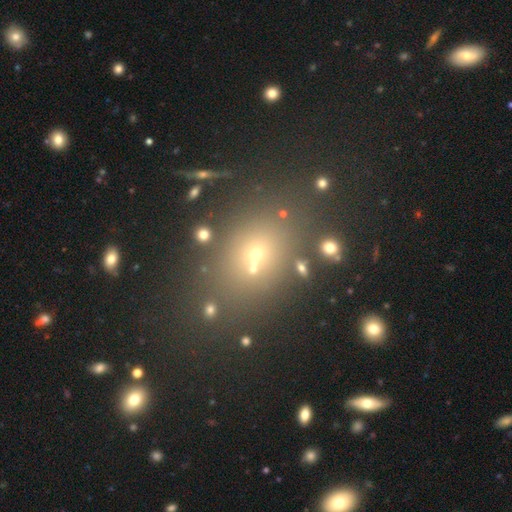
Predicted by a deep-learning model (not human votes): Overall: smooth (53%; star or artifact 32%). How rounded: in between (60%; round 37%). Merging: none (69%).